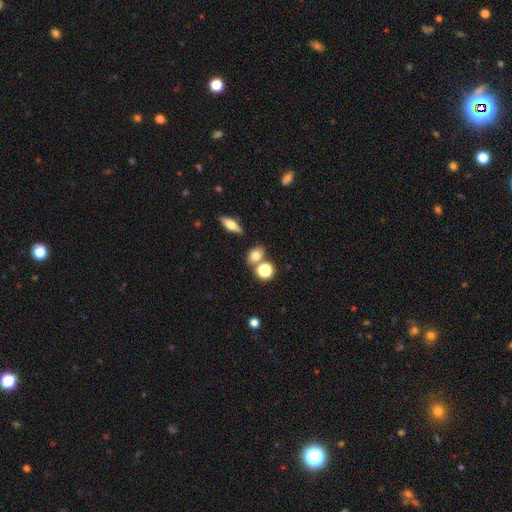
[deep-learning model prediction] This appears to be a smooth galaxy with no disk features (74%) that is round (57%). Merging: none (62%).